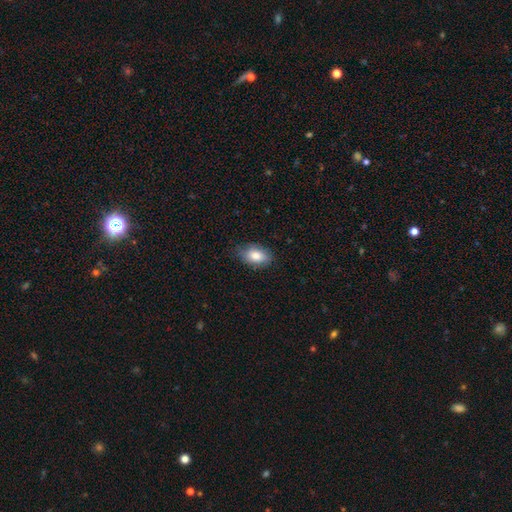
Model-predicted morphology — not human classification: smooth-or-featured: smooth: 81% | featured or disk: 12% | star or artifact: 8%
  how-rounded: in between: 88% | round: 10% | cigar-shaped: 2%
  merging: none: 77% | minor disturbance: 18% | major disturbance: 3% | merger: 1%